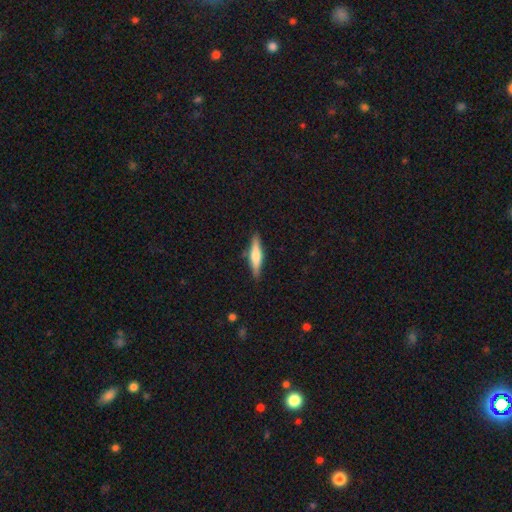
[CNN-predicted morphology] Smooth or featured? featured or disk (49%)
Merging? none (87%)